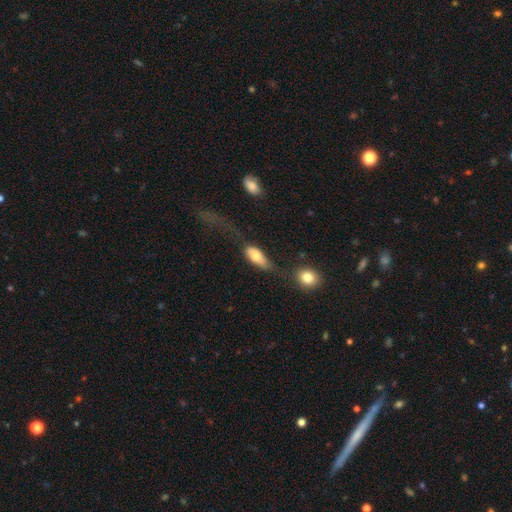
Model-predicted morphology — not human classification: smooth-or-featured: smooth: 71% | featured or disk: 22% | star or artifact: 7%
  how-rounded: in between: 83% | cigar-shaped: 13% | round: 4%
  merging: major disturbance: 34% | none: 30% | minor disturbance: 25% | merger: 11%